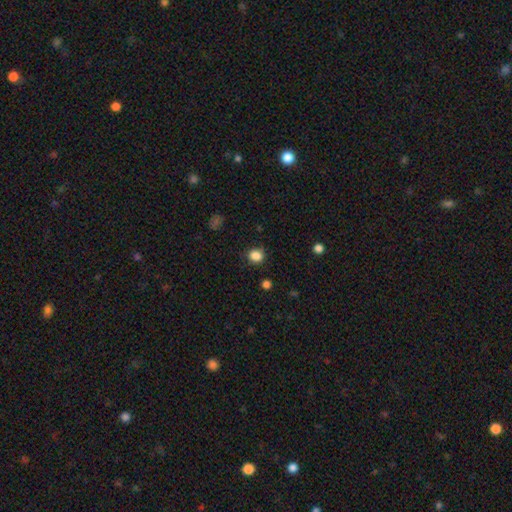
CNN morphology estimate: Smooth or featured? smooth (86%)
How rounded? round (73%)
Merging? none (81%)